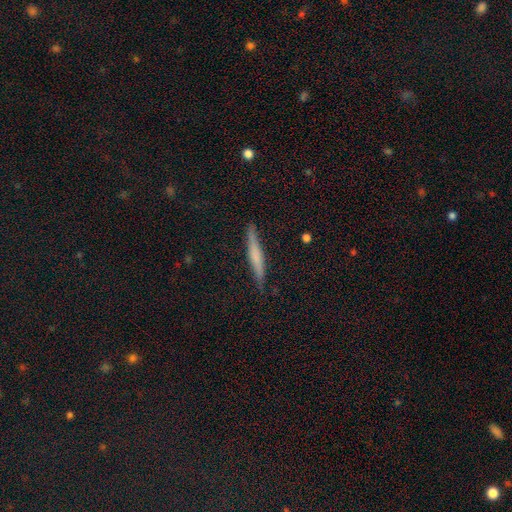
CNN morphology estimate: type=smooth (52%); roundness=cigar-shaped (95%); merging=none (87%).